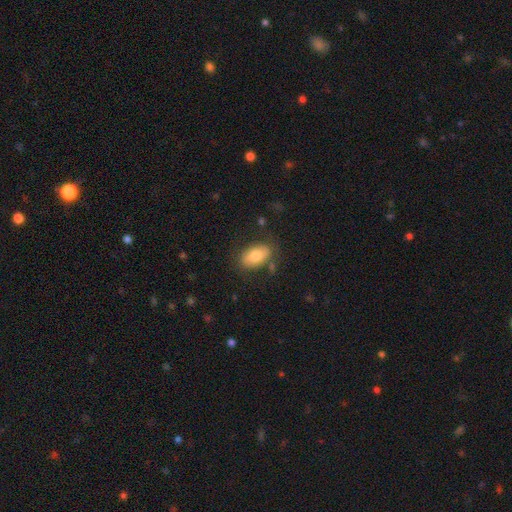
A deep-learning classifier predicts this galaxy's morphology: This is likely a smooth galaxy (75%). How rounded: clearly in between (91%). Merging: likely none (76%).